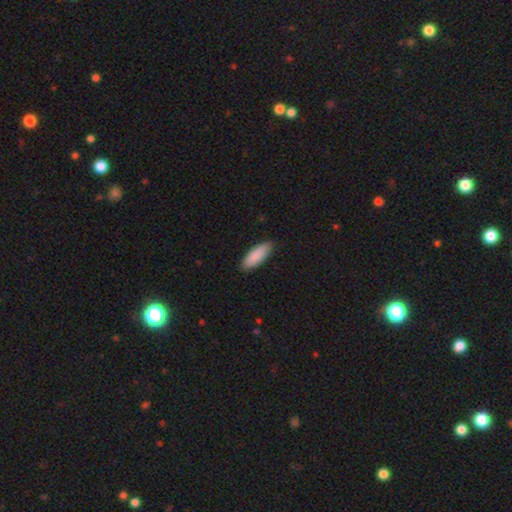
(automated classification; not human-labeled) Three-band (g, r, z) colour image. It shows a smooth galaxy with no disk features (89%) that is in between round and cigar-shaped (69%). Merging: none (85%).